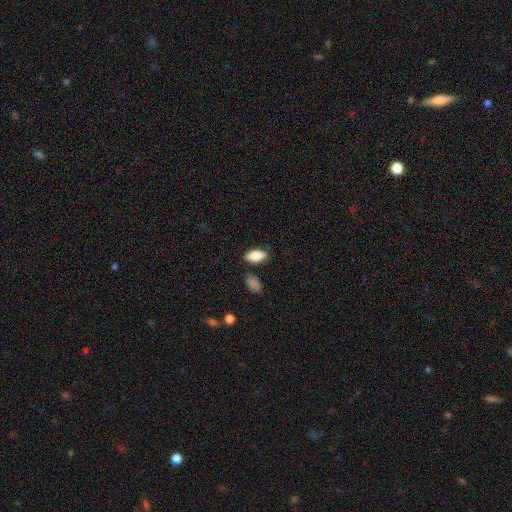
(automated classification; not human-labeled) Overall: smooth (83%). How rounded: in between (90%). Merging: none (83%).